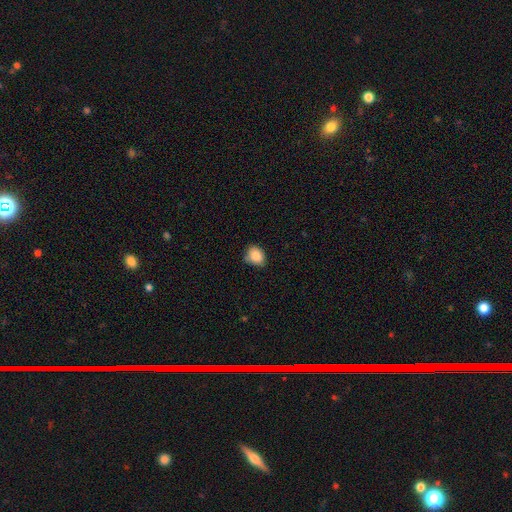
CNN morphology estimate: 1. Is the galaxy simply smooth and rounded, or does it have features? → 88% smooth, 8% star or artifact, 4% featured or disk.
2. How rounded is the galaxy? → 51% round, 48% in between, 1% cigar-shaped.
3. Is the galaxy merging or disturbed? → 68% none, 26% minor disturbance, 4% major disturbance, 2% merger.